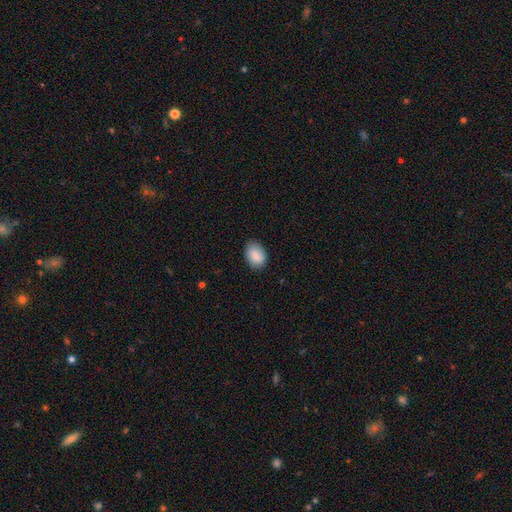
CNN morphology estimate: This appears to be a smooth galaxy with no disk features (87%) that is in between round and cigar-shaped (81%). Merging: none (83%).